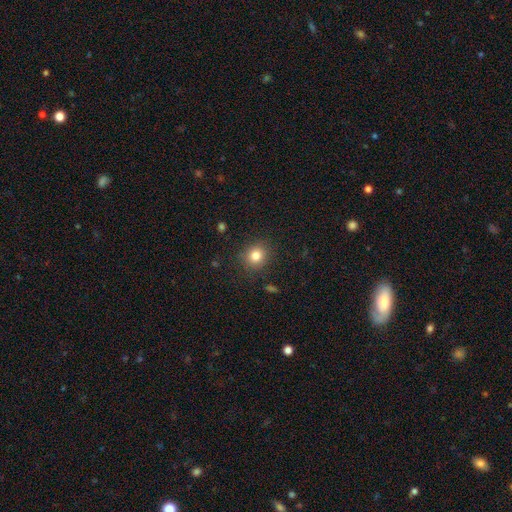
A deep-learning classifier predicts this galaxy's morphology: This is clearly a smooth galaxy (82%). How rounded: clearly round (82%). Merging: clearly none (87%).